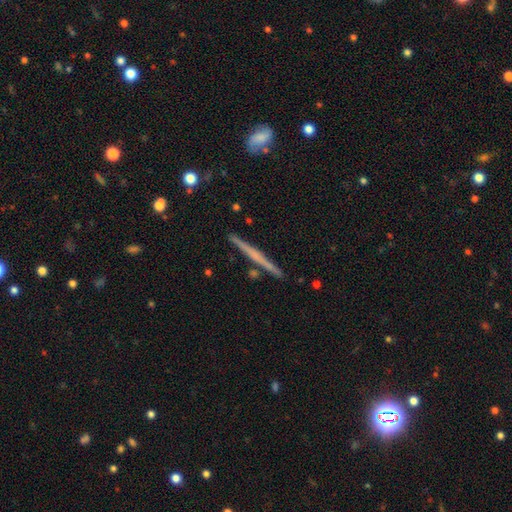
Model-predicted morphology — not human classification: A featured or disk galaxy (62%) viewed edge-on (98%) with no central bulge (74%). Merging: none (90%).